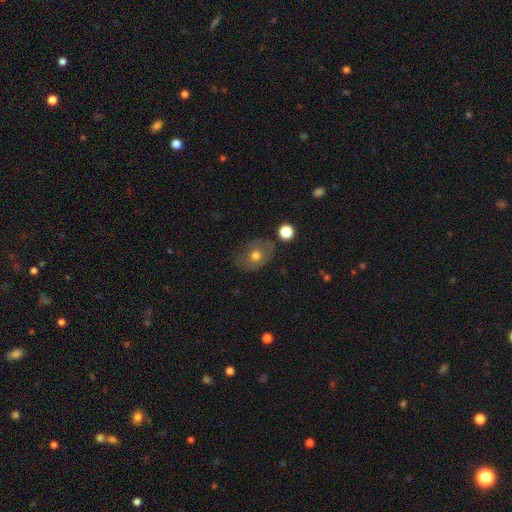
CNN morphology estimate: Smooth or featured: smooth — 59% (featured or disk — 31%)
How rounded: in between — 56% (round — 43%)
Merging: none — 67% (minor disturbance — 21%)